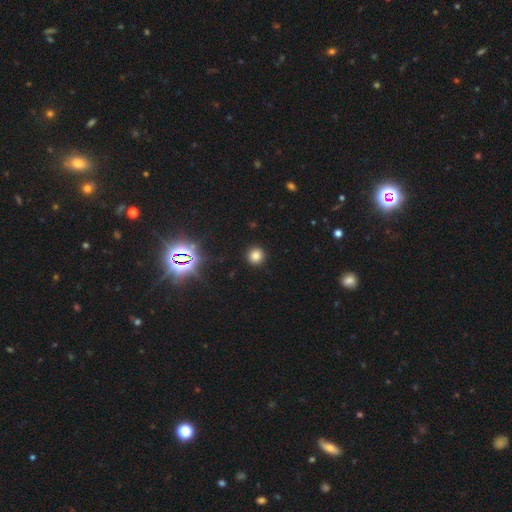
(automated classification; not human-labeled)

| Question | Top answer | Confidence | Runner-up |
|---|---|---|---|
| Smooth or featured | smooth | 77% | star or artifact (18%) |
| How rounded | round | 94% | in between (5%) |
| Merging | none | 92% | minor disturbance (5%) |